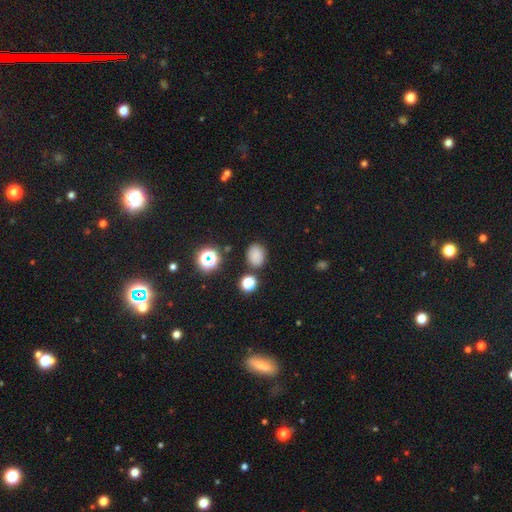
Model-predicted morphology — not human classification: This appears to be a smooth galaxy with no disk features (78%) that is in between round and cigar-shaped (53%). Merging: none (78%).